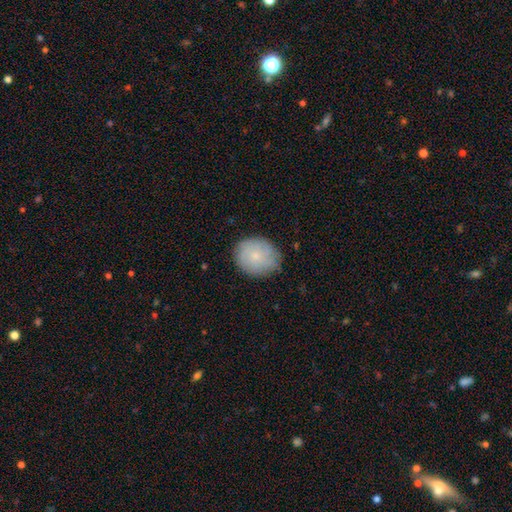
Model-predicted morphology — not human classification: Smooth or featured? Predicted: smooth (p=0.68). How rounded? Predicted: round (p=0.63). Merging? Predicted: none (p=0.80).